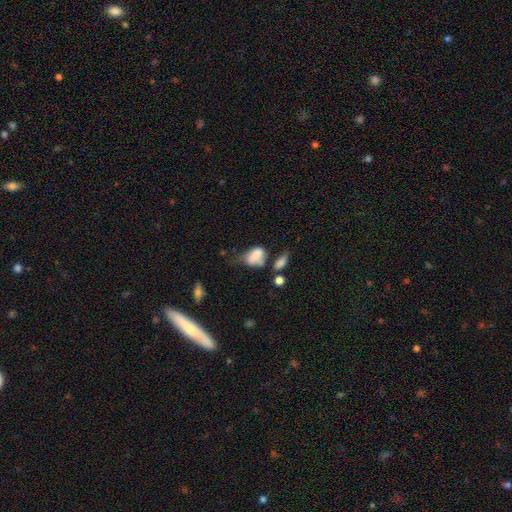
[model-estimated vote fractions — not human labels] smooth 66%, featured or disk 24%, star or artifact 10%. Down the decision tree: how rounded — in between (79%); merging — major disturbance (30%).